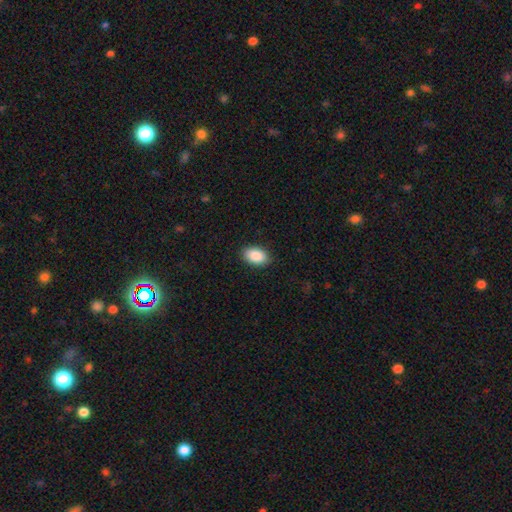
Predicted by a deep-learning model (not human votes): Overall: smooth (90%). How rounded: in between (92%). Merging: none (90%).